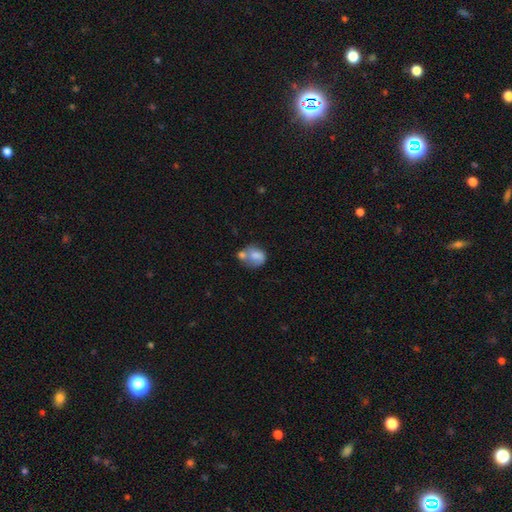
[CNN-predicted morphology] A smooth galaxy with no disk features (69%) that is in between round and cigar-shaped (50%).

Vote fractions:
- Smooth or featured? smooth: 69% / featured or disk: 22% / star or artifact: 9%
- How rounded? in between: 50% / round: 49% / cigar-shaped: 1%
- Merging? merger: 49% / none: 24% / minor disturbance: 16% / major disturbance: 10%